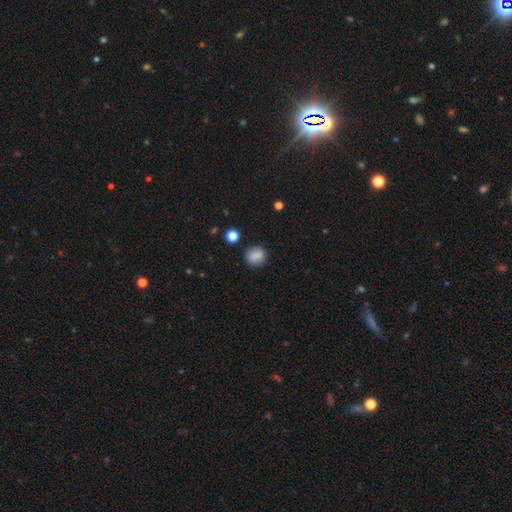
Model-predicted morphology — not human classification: This is clearly a smooth galaxy (83%). How rounded: likely round (71%). Merging: clearly none (82%).